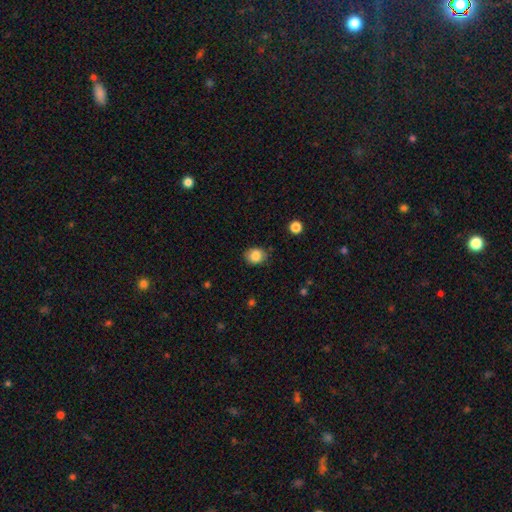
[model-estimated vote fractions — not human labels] Overall: smooth (85%). How rounded: round (58%; in between 41%). Merging: none (80%).